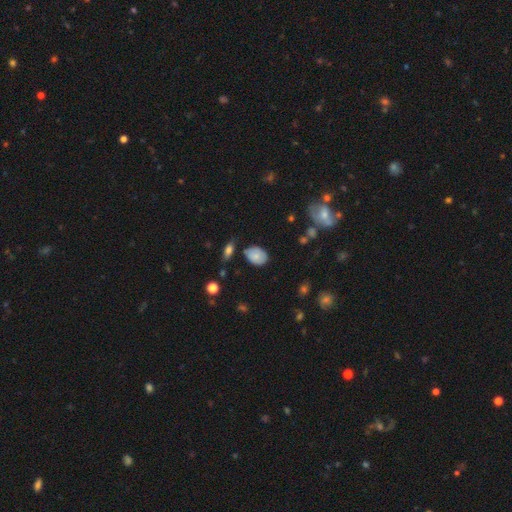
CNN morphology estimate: The model was most divided on "merging": none: 67%, minor disturbance: 24%, major disturbance: 5%, merger: 4%. More confident: how rounded — in between (76%); smooth or featured — smooth (76%).